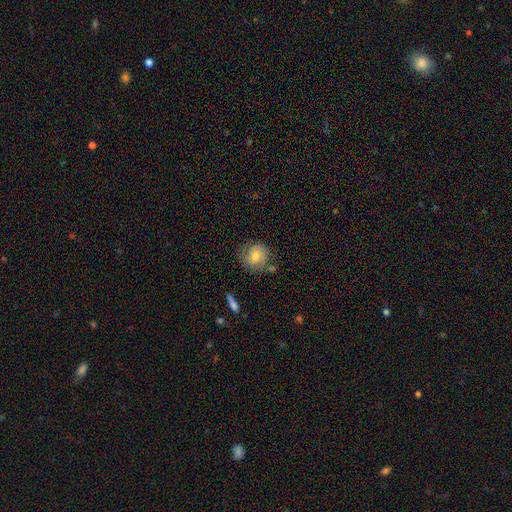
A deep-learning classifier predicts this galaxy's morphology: Overall: smooth (48%; featured or disk 42%). Merging: none (71%).